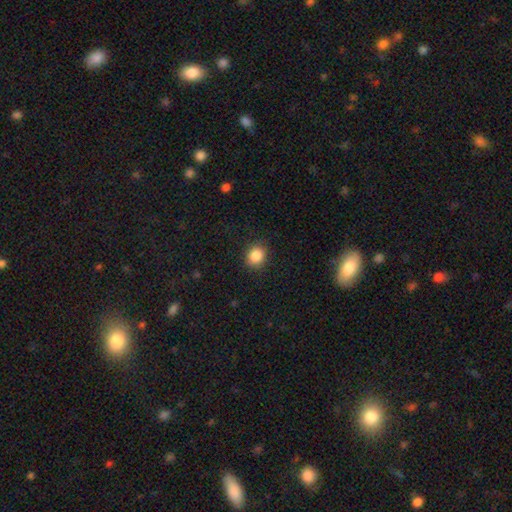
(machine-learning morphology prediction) Smooth or featured: smooth — 86% (star or artifact — 10%)
How rounded: round — 67% (in between — 32%)
Merging: none — 88% (minor disturbance — 9%)